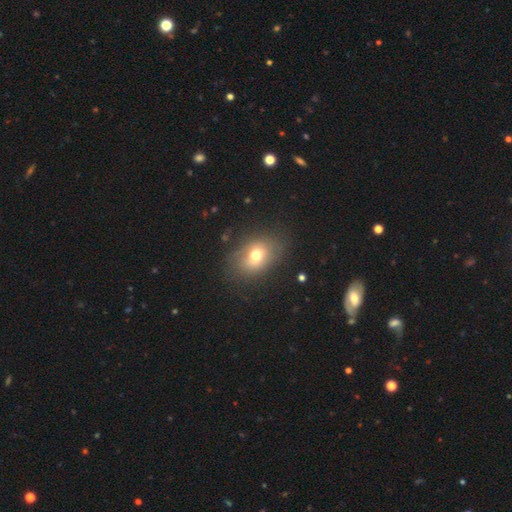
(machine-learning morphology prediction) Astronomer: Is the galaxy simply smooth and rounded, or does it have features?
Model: smooth — 66%.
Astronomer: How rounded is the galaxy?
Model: in between — 67%.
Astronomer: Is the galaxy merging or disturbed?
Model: none — 74%.